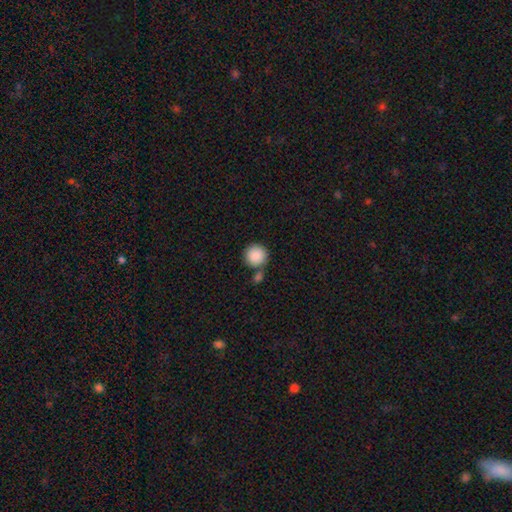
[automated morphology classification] smooth_or_featured: smooth (p=0.88) [alt: star or artifact p=0.08]
how_rounded: round (p=0.95) [alt: in between p=0.04]
merging: none (p=0.71) [alt: merger p=0.16]